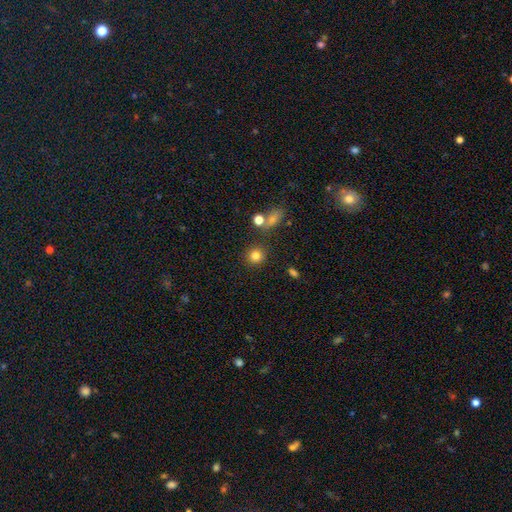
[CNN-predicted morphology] type=smooth (81%); roundness=round (91%); merging=none (84%).